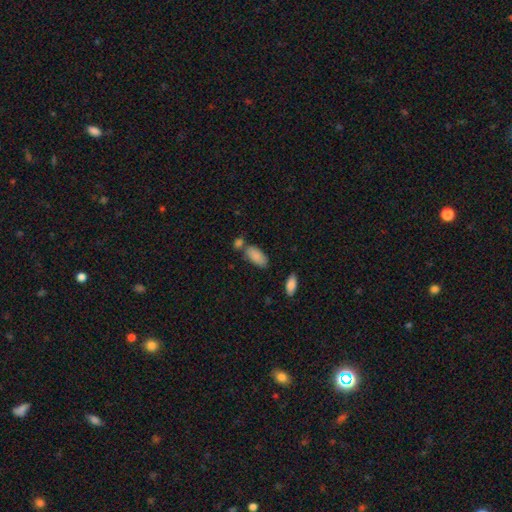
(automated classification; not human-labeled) Overall: smooth (87%). How rounded: in between (89%). Merging: none (58%; merger 20%).